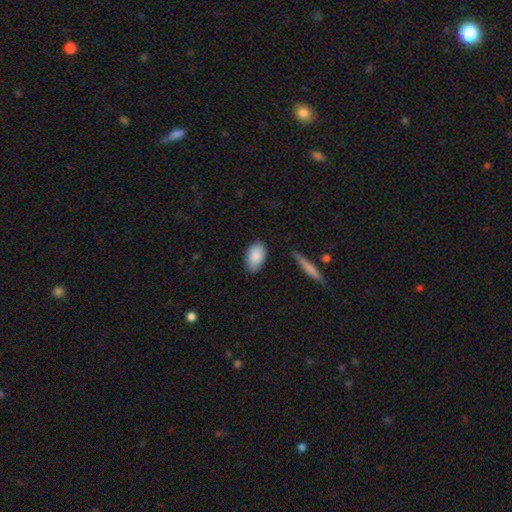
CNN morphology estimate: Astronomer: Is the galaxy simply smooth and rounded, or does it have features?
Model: smooth — 88%.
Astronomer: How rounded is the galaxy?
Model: in between — 93%.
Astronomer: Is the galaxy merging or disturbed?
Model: none — 80%.